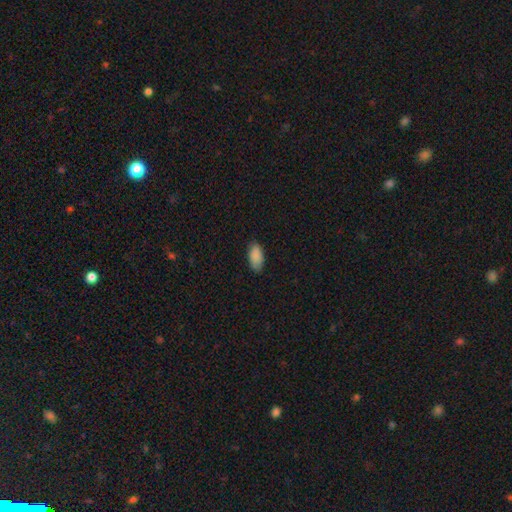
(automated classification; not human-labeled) The model was most divided on "merging": none: 82%, minor disturbance: 14%, major disturbance: 2%, merger: 1%. More confident: how rounded — in between (92%); smooth or featured — smooth (89%).